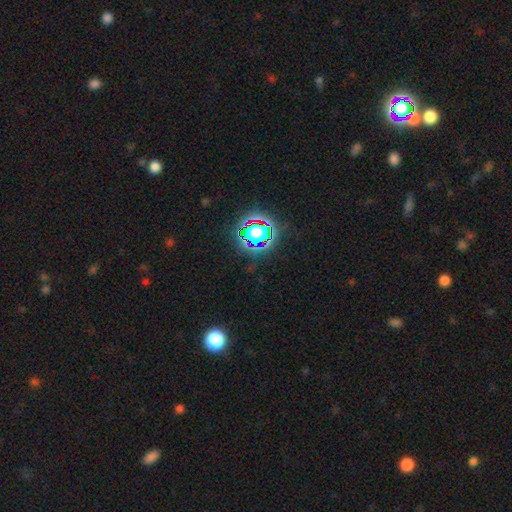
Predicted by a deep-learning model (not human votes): Morphology: type=star or artifact (75%).